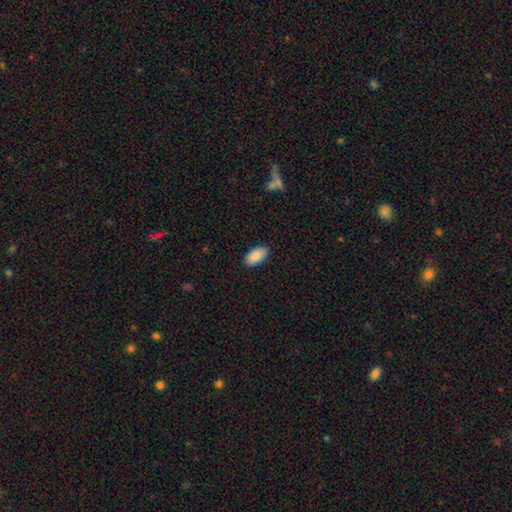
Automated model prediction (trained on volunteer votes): Overall: smooth (89%). How rounded: in between (95%). Merging: none (89%).